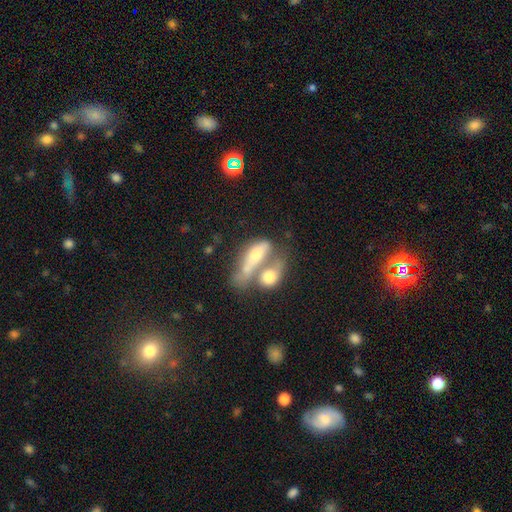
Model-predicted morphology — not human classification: smooth_or_featured: featured or disk (p=0.47) [alt: smooth p=0.41]
merging: merger (p=0.58) [alt: none p=0.26]